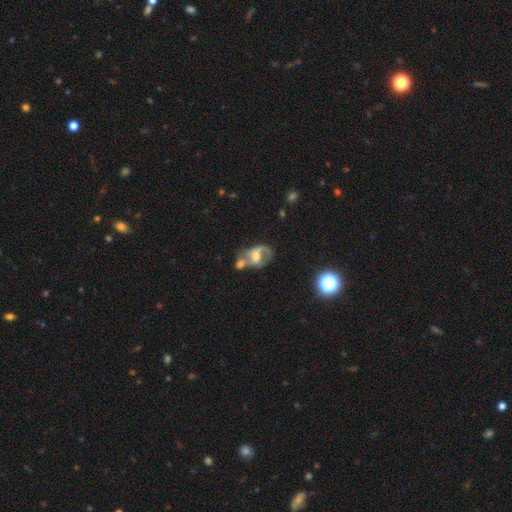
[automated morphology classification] type=featured or disk (71%); edge-on=no (97%); bar=no (44%); spiral arms=yes (85%); winding=medium (46%); arm count=2 (70%); bulge=moderate (62%); merging=merger (42%).